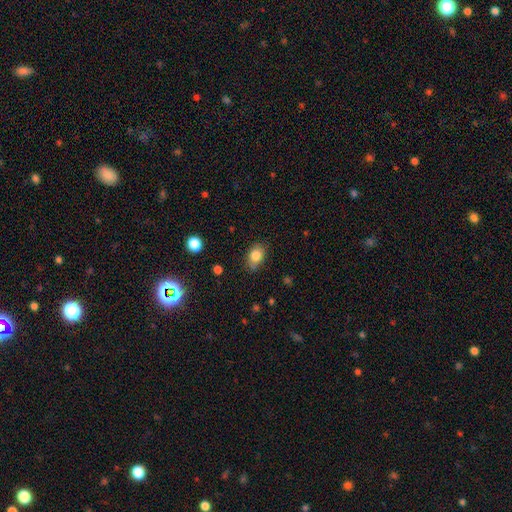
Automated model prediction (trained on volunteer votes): The model was most divided on "how rounded": in between: 76%, round: 22%, cigar-shaped: 2%. More confident: smooth or featured — smooth (83%); merging — none (75%).